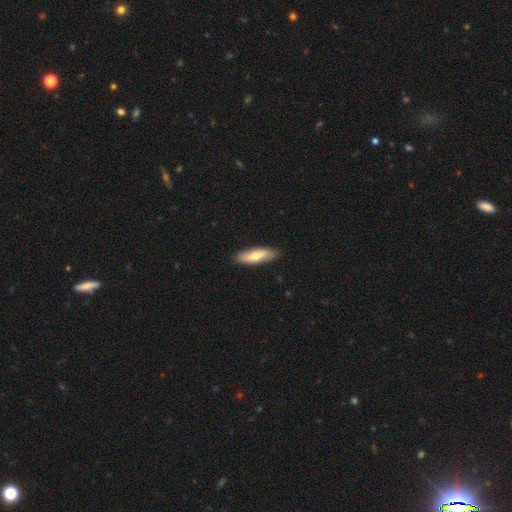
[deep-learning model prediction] A smooth galaxy with no disk features (62%) that is in between round and cigar-shaped (52%). Merging: none (87%).